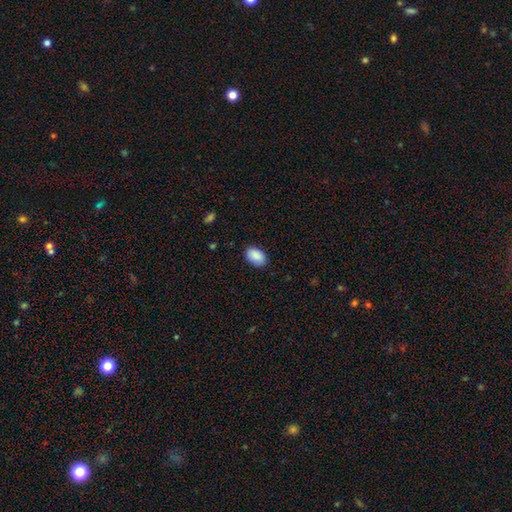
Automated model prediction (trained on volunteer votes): Smooth or featured? smooth (90%)
How rounded? in between (90%)
Merging? none (86%)